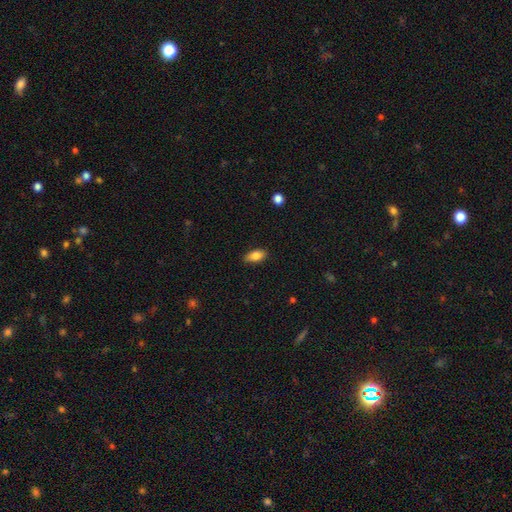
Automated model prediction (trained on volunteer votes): Smooth or featured: smooth — 84% (featured or disk — 8%)
How rounded: in between — 89% (cigar-shaped — 7%)
Merging: none — 86% (minor disturbance — 11%)